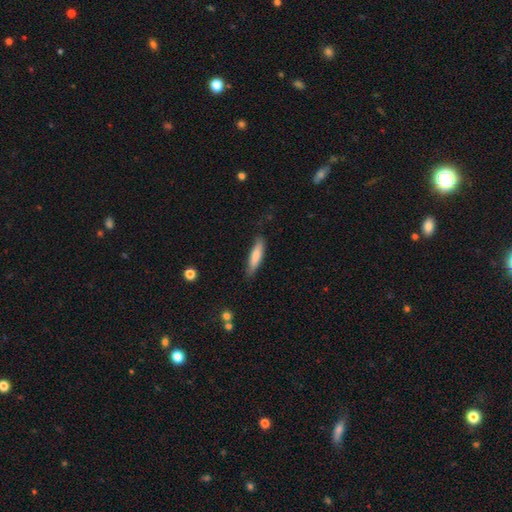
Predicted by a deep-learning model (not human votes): smooth 78%, featured or disk 16%, star or artifact 6%. Down the decision tree: how rounded — cigar-shaped (78%); merging — none (82%).